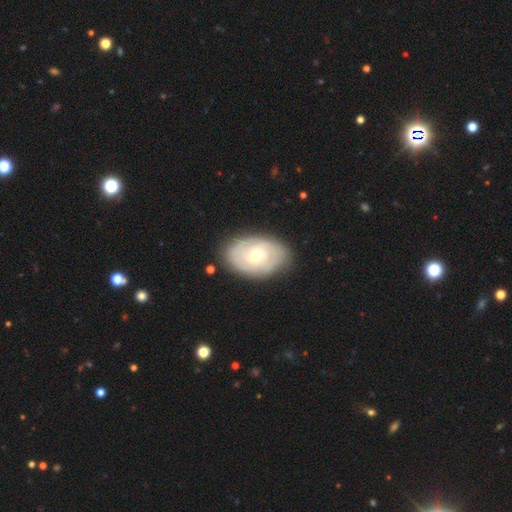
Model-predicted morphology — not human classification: type=featured or disk (67%); edge-on=no (95%); bar=no (77%); spiral arms=yes (69%); bulge=moderate (73%); merging=none (82%).